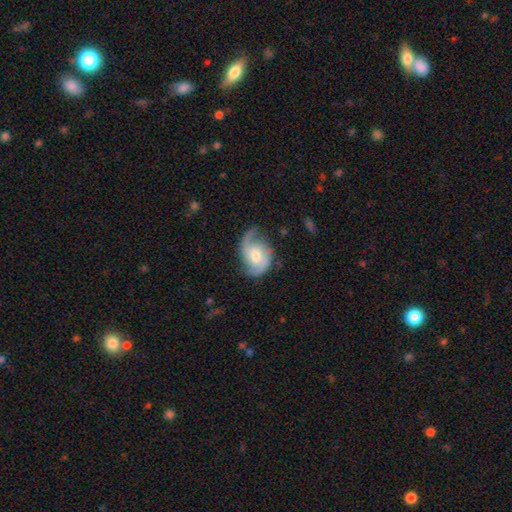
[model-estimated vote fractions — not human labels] The model was most divided on "spiral winding": medium: 48%, loose: 28%, tight: 25%. More confident: edge-on disk — no (97%); spiral arms — yes (96%); smooth or featured — featured or disk (83%); spiral arm count — 2 (80%); merging — none (66%); bulge size — moderate (61%); bar — no (59%).